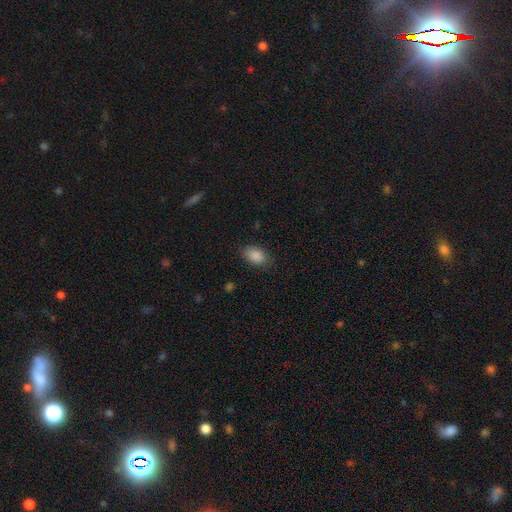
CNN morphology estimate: A smooth galaxy with no disk features (88%) that is in between round and cigar-shaped (87%).

Vote fractions:
- Smooth or featured? smooth: 88% / star or artifact: 8% / featured or disk: 4%
- How rounded? in between: 87% / round: 12% / cigar-shaped: 2%
- Merging? none: 81% / minor disturbance: 14% / major disturbance: 4% / merger: 1%